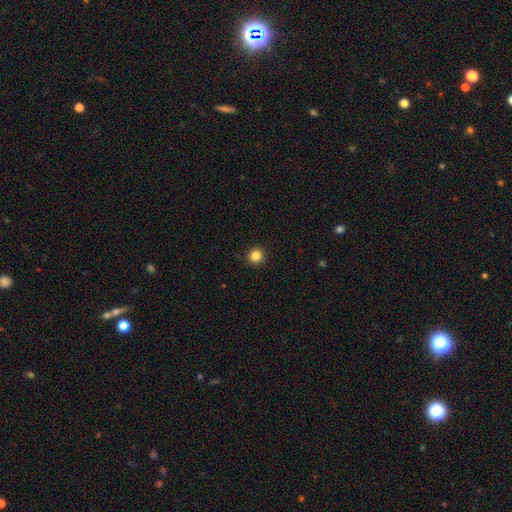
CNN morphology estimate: type=smooth (85%); roundness=round (94%); merging=none (92%).